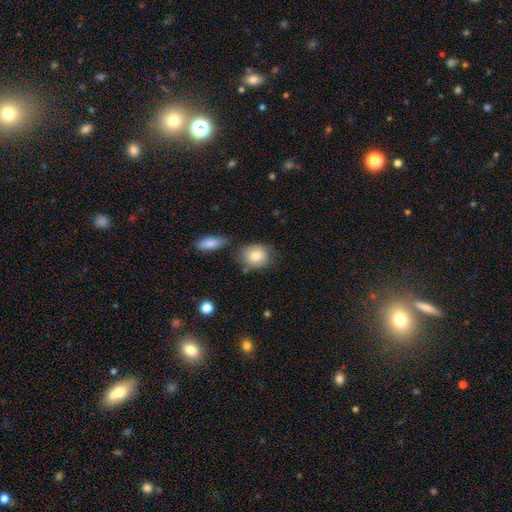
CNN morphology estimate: Q: Smooth or featured?
A: smooth (79%); runner-up: featured or disk (13%)
Q: How rounded?
A: round (59%); runner-up: in between (40%)
Q: Merging?
A: none (66%); runner-up: minor disturbance (20%)